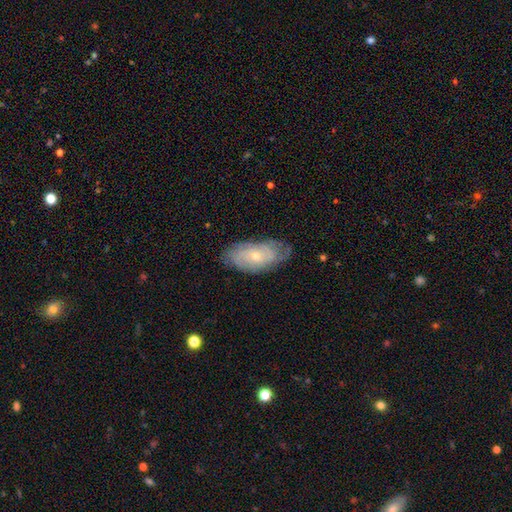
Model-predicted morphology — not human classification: Smooth or featured? featured or disk (68%)
Edge-on disk? no (93%)
Bar? no (75%)
Spiral arms? yes (88%)
Spiral winding? tight (64%)
Spiral arm count? can't tell (53%)
Bulge size? small (65%)
Merging? none (73%)